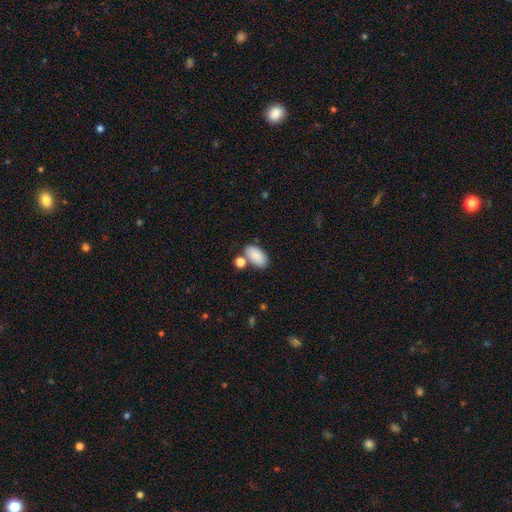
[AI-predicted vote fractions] Q: Smooth or featured?
A: smooth (86%); runner-up: star or artifact (7%)
Q: How rounded?
A: in between (94%); runner-up: round (4%)
Q: Merging?
A: none (68%); runner-up: merger (16%)